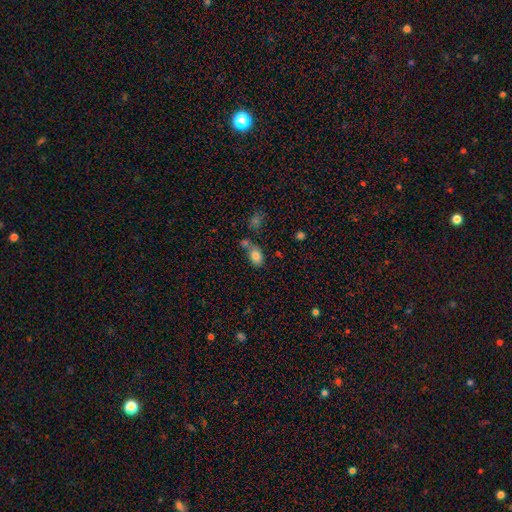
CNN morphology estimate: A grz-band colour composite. It shows a smooth galaxy with no disk features (81%) that is in between round and cigar-shaped (77%). Merging: none (49%).